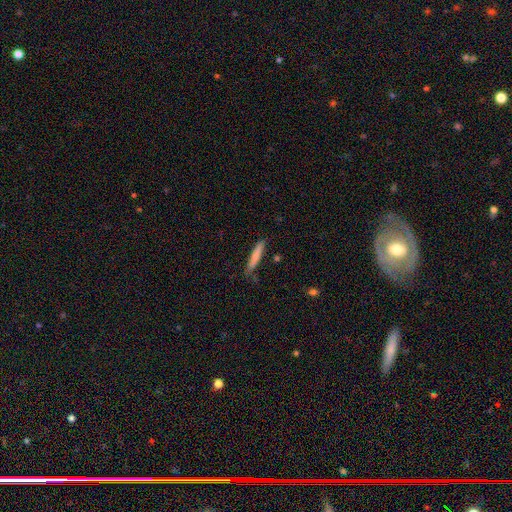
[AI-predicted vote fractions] smooth_or_featured: smooth (p=0.77) [alt: featured or disk p=0.17]
how_rounded: cigar-shaped (p=0.94) [alt: in between p=0.05]
merging: none (p=0.80) [alt: minor disturbance p=0.15]